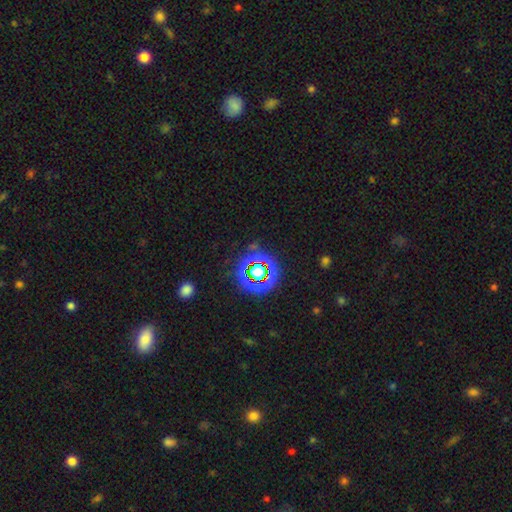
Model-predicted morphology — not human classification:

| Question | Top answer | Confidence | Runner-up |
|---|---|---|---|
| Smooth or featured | star or artifact | 71% | smooth (19%) |